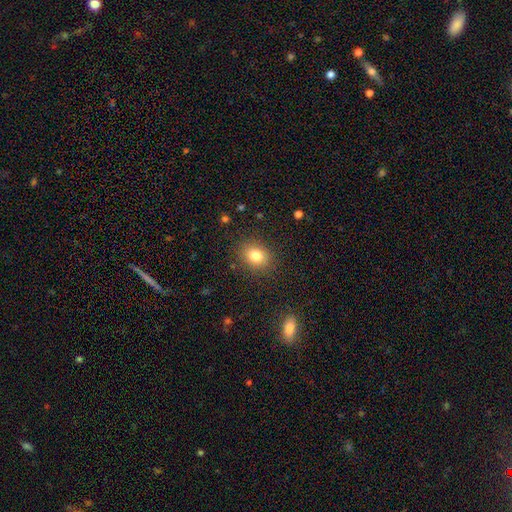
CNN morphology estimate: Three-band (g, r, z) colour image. It shows a smooth galaxy with no disk features (81%) that is round (51%). Merging: none (87%).